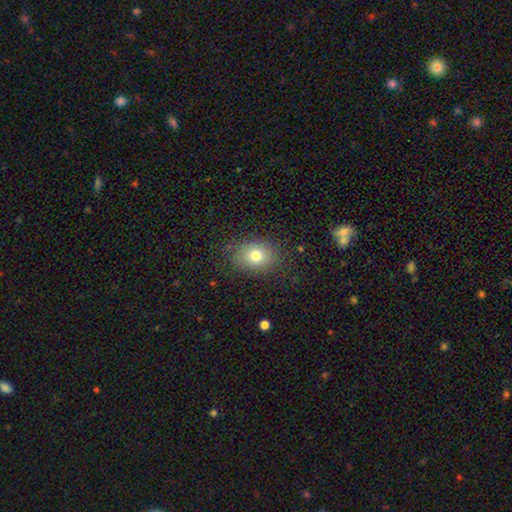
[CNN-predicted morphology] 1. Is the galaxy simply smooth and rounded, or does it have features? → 77% smooth, 12% star or artifact, 11% featured or disk.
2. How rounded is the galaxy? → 51% in between, 48% round, 1% cigar-shaped.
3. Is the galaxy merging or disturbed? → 83% none, 12% minor disturbance, 4% major disturbance, 1% merger.